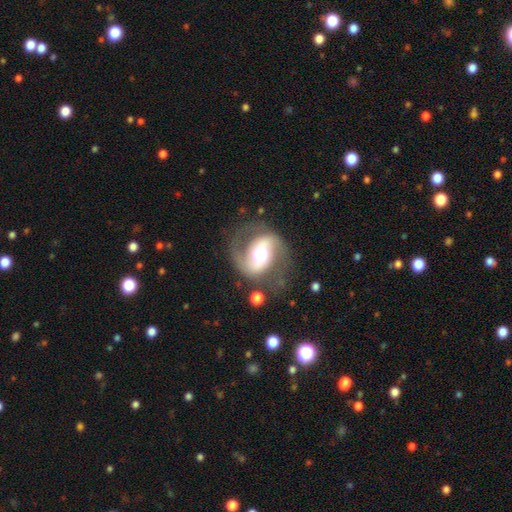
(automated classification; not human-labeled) Morphology: type=featured or disk (83%); edge-on=no (97%); bar=weak (37%); spiral arms=yes (92%); winding=medium (53%); arm count=2 (91%); bulge=moderate (56%); merging=none (70%).